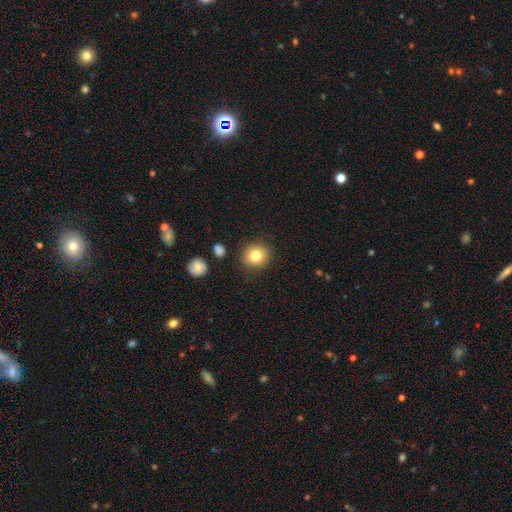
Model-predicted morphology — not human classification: Overall: smooth (81%). How rounded: round (85%). Merging: none (88%).